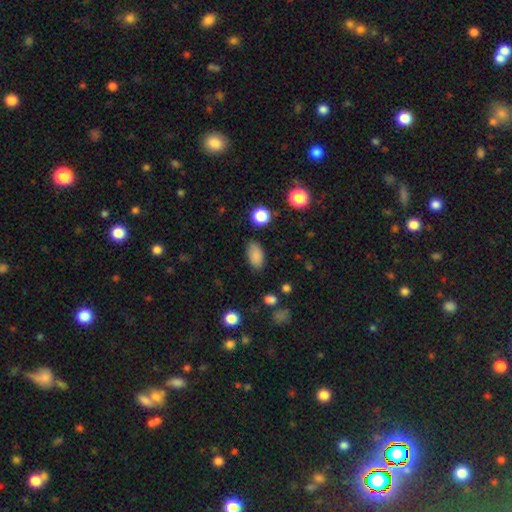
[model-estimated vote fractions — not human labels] Smooth or featured? Predicted: smooth (p=0.86). How rounded? Predicted: in between (p=0.92). Merging? Predicted: none (p=0.82).